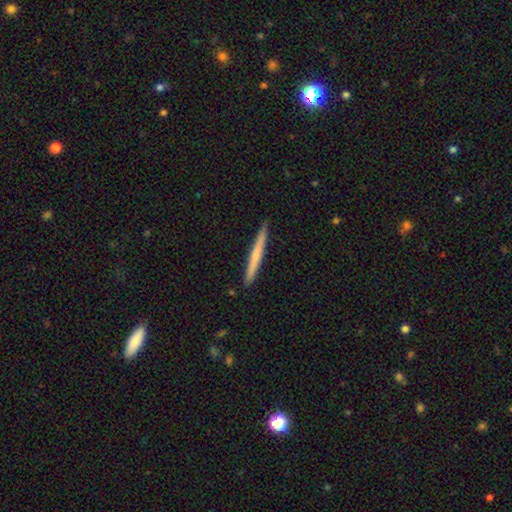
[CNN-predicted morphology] Smooth or featured?
  - smooth: 55% *
  - featured or disk: 40%
  - star or artifact: 5%
How rounded?
  - cigar-shaped: 97% *
  - in between: 2%
  - round: 1%
Merging?
  - none: 90% *
  - minor disturbance: 7%
  - major disturbance: 1%
  - merger: 1%